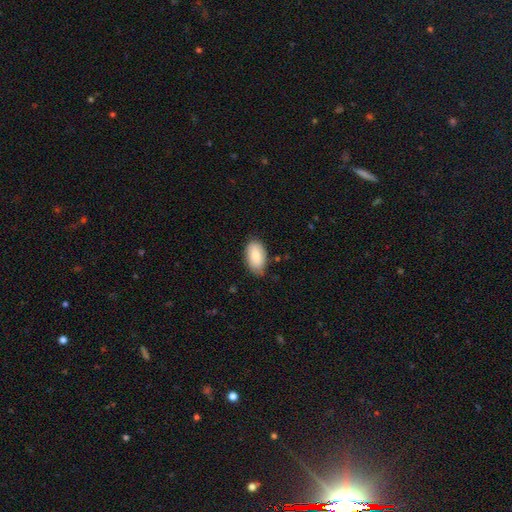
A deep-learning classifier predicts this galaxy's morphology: This is clearly a smooth galaxy (83%). How rounded: clearly in between (94%). Merging: likely none (77%).